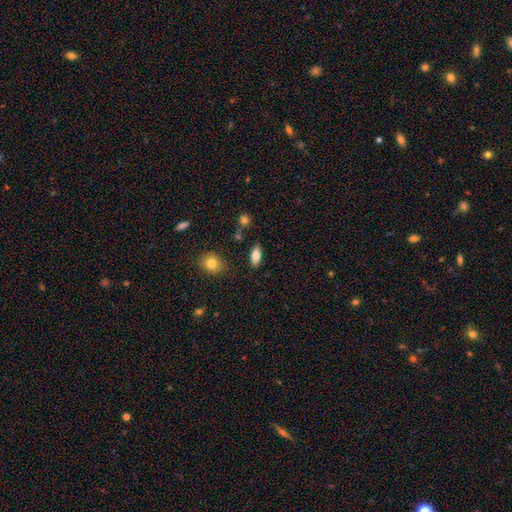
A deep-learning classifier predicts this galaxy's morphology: Smooth or featured: smooth — 80% (featured or disk — 13%)
How rounded: in between — 85% (cigar-shaped — 12%)
Merging: none — 84% (minor disturbance — 10%)